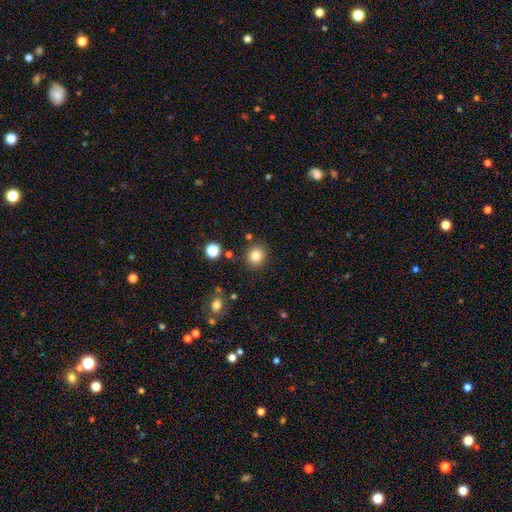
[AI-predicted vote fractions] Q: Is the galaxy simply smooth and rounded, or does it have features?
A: smooth — 82%.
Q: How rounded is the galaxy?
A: round — 89%.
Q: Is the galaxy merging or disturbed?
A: none — 87%.